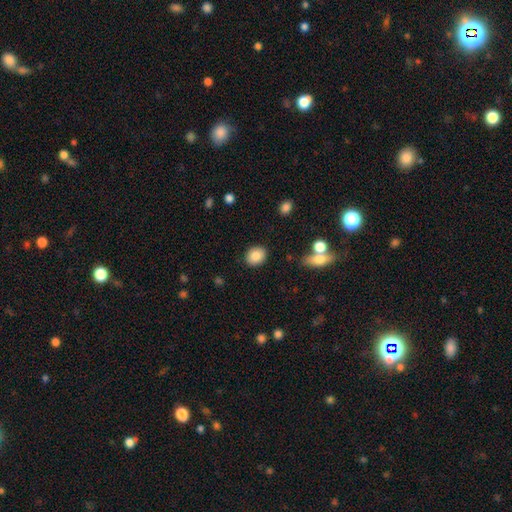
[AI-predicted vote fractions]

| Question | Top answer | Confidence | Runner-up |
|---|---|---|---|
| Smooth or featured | smooth | 84% | star or artifact (8%) |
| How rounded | round | 57% | in between (42%) |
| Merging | none | 87% | minor disturbance (8%) |